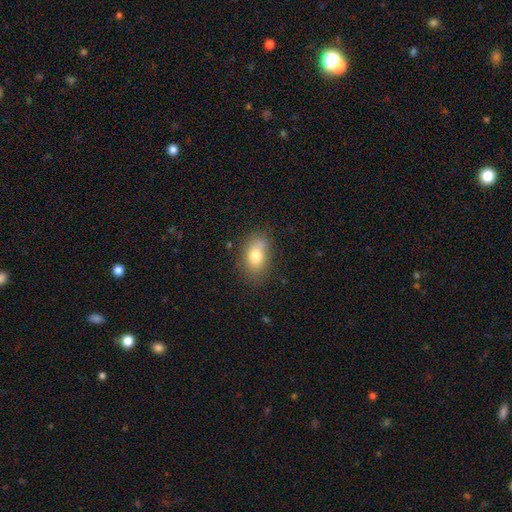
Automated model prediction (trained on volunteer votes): Q: Smooth or featured?
A: smooth (78%); runner-up: featured or disk (13%)
Q: How rounded?
A: in between (86%); runner-up: round (12%)
Q: Merging?
A: none (74%); runner-up: minor disturbance (19%)